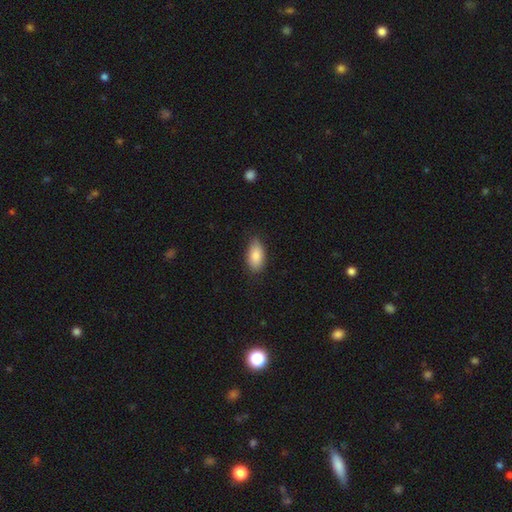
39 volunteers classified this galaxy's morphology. Overall: smooth (90%). How rounded: in between (91%). Merging: none (55%; minor disturbance 39%).